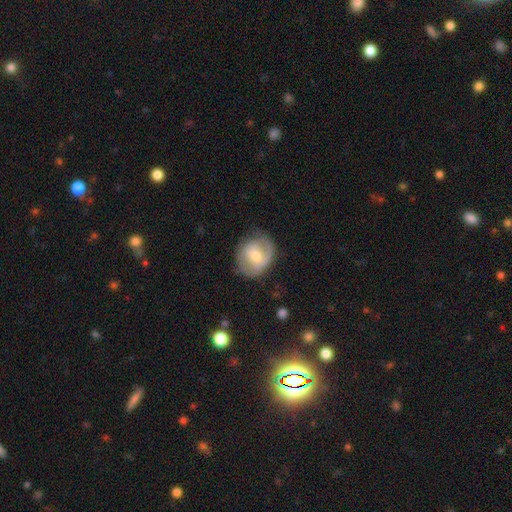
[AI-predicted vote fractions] Smooth or featured?
  - featured or disk: 52% *
  - smooth: 42%
  - star or artifact: 6%
Edge-on disk?
  - no: 97% *
  - yes: 3%
Bar?
  - weak: 45% *
  - no: 40%
  - strong: 15%
Spiral arms?
  - yes: 74% *
  - no: 26%
Bulge size?
  - moderate: 59% *
  - small: 33%
  - large: 5%
  - none: 2%
  - dominant: 1%
Merging?
  - none: 68% *
  - minor disturbance: 22%
  - major disturbance: 9%
  - merger: 1%